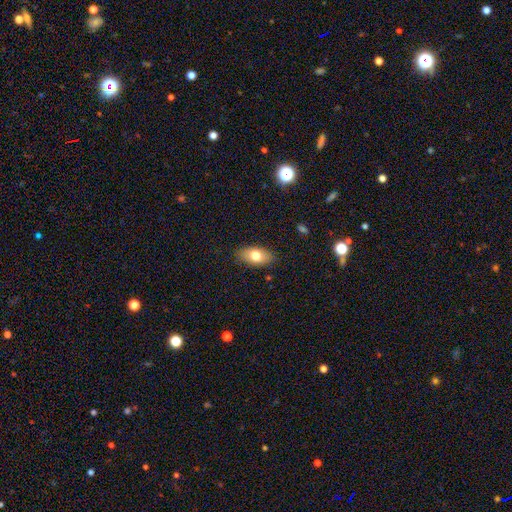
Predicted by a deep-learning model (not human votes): smooth_or_featured: smooth (p=0.76) [alt: featured or disk p=0.17]
how_rounded: in between (p=0.90) [alt: round p=0.06]
merging: none (p=0.86) [alt: minor disturbance p=0.11]